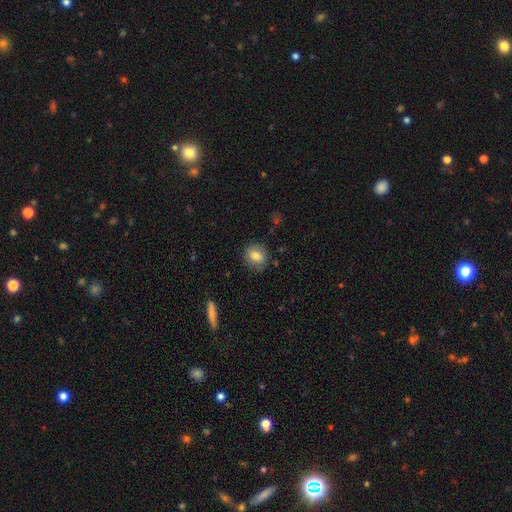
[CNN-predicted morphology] Smooth or featured?
  - smooth: 79% *
  - featured or disk: 12%
  - star or artifact: 9%
How rounded?
  - round: 59% *
  - in between: 39%
  - cigar-shaped: 2%
Merging?
  - none: 82% *
  - minor disturbance: 13%
  - major disturbance: 4%
  - merger: 1%